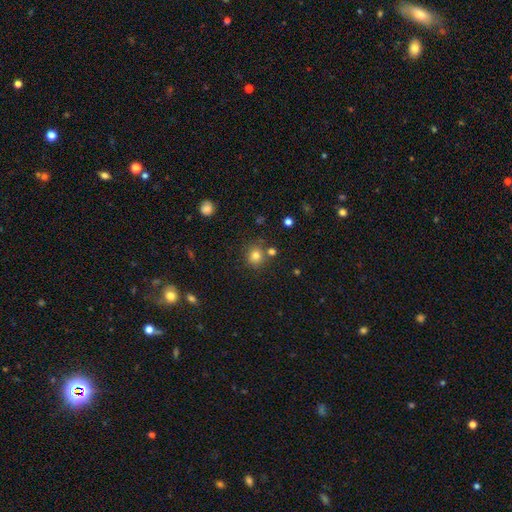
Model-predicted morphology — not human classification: Overall: smooth (78%). How rounded: round (88%). Merging: none (76%).